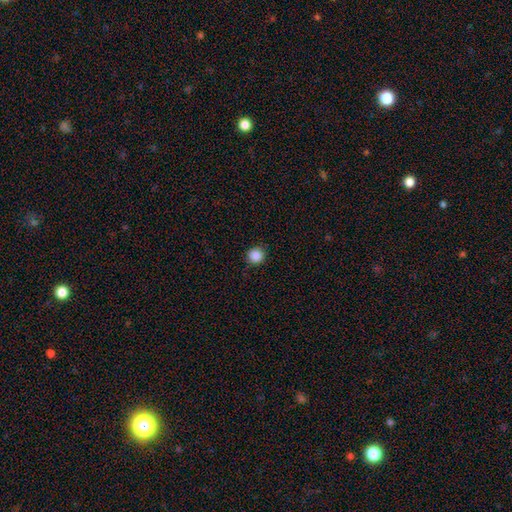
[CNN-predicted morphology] Smooth or featured? Predicted: smooth (p=0.87). How rounded? Predicted: round (p=0.93). Merging? Predicted: none (p=0.90).